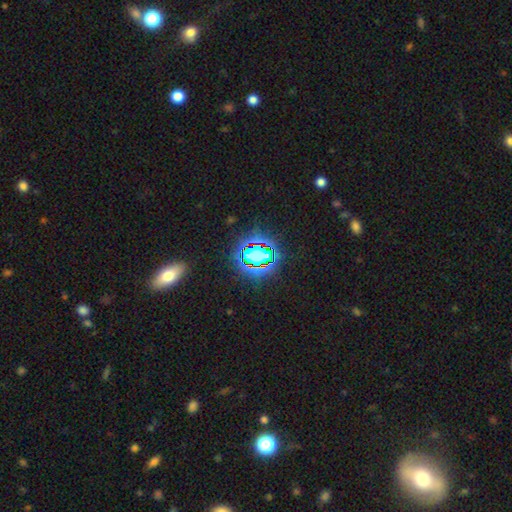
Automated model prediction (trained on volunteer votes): A star or artifact, not a galaxy (67%).

Vote fractions:
- Smooth or featured? star or artifact: 67% / smooth: 22% / featured or disk: 11%